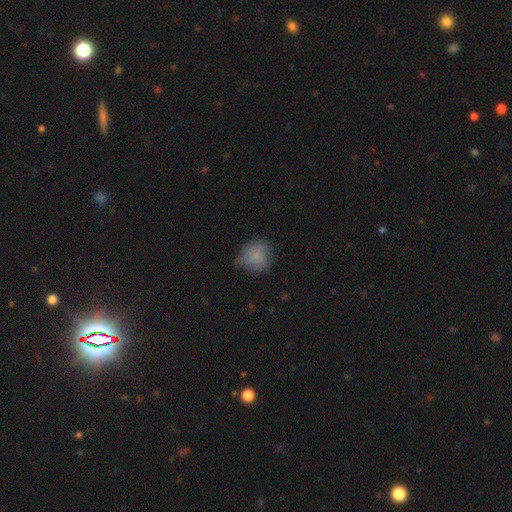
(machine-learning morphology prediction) The model was most divided on "merging": none: 59%, minor disturbance: 31%, major disturbance: 8%, merger: 2%. More confident: how rounded — round (86%); smooth or featured — smooth (82%).